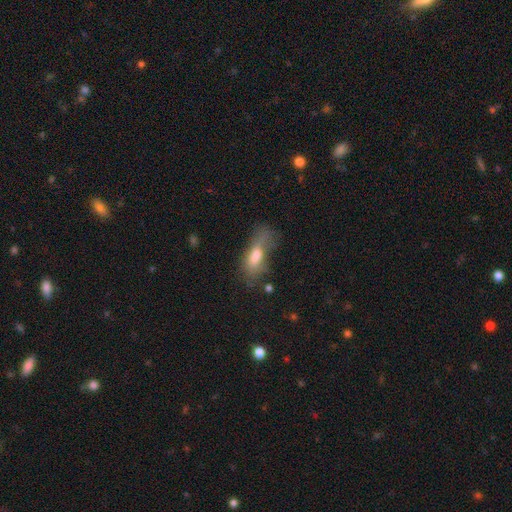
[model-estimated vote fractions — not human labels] Smooth or featured? smooth (61%)
How rounded? in between (68%)
Merging? major disturbance (39%)